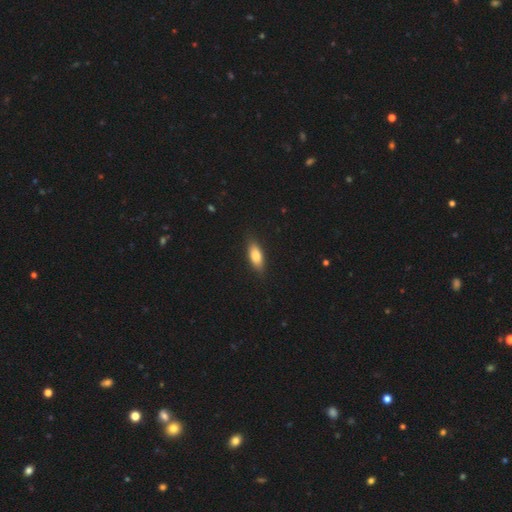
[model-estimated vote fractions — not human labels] Overall: smooth (79%). How rounded: in between (74%). Merging: none (85%).